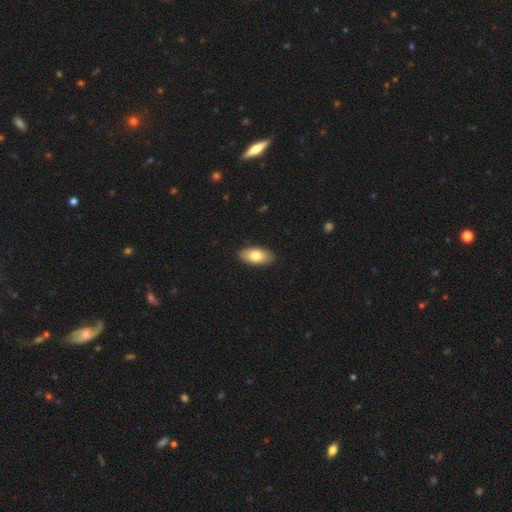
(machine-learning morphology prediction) Smooth or featured? Predicted: smooth (p=0.79). How rounded? Predicted: in between (p=0.93). Merging? Predicted: none (p=0.89).